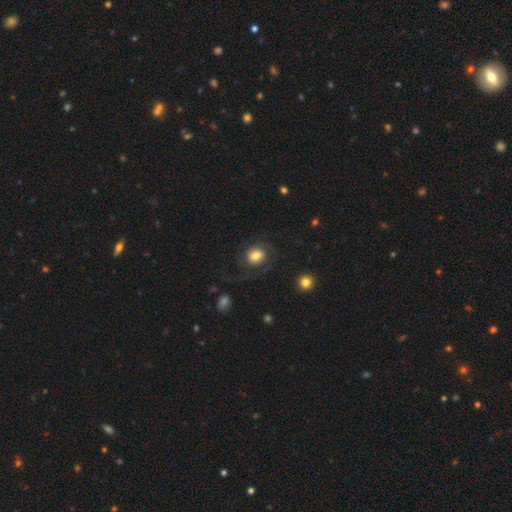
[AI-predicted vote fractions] Smooth or featured?
  - smooth: 58% *
  - featured or disk: 33%
  - star or artifact: 9%
How rounded?
  - round: 61% *
  - in between: 38%
  - cigar-shaped: 1%
Merging?
  - none: 60% *
  - major disturbance: 22%
  - minor disturbance: 15%
  - merger: 2%